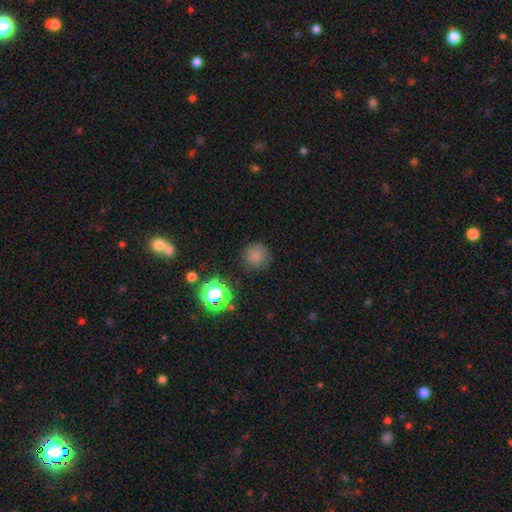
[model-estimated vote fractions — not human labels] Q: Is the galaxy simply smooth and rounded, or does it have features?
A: smooth — 76%.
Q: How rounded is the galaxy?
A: round — 93%.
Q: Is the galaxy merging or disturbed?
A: none — 83%.